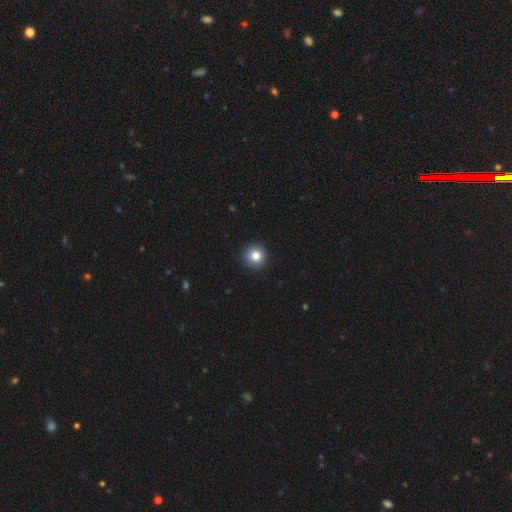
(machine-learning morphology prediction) smooth 82%, star or artifact 11%, featured or disk 7%. Down the decision tree: how rounded — round (95%); merging — none (92%).